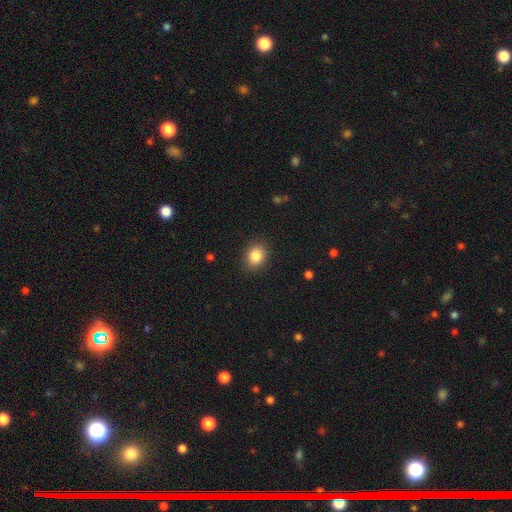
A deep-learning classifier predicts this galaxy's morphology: smooth-or-featured: smooth: 85% | star or artifact: 9% | featured or disk: 6%
  how-rounded: round: 53% | in between: 47% | cigar-shaped: 1%
  merging: none: 88% | minor disturbance: 9% | major disturbance: 3% | merger: 1%